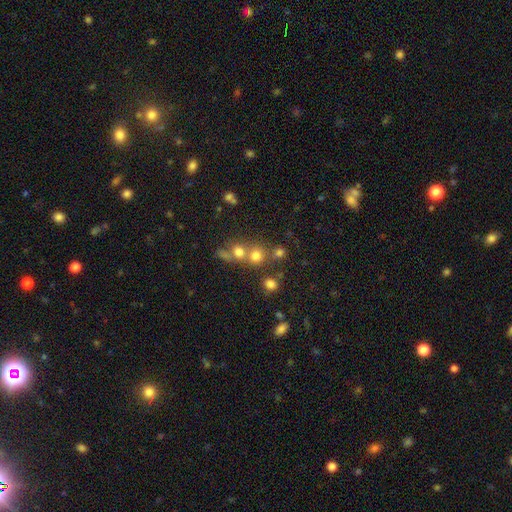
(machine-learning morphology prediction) type=smooth (70%); roundness=round (86%); merging=none (52%).